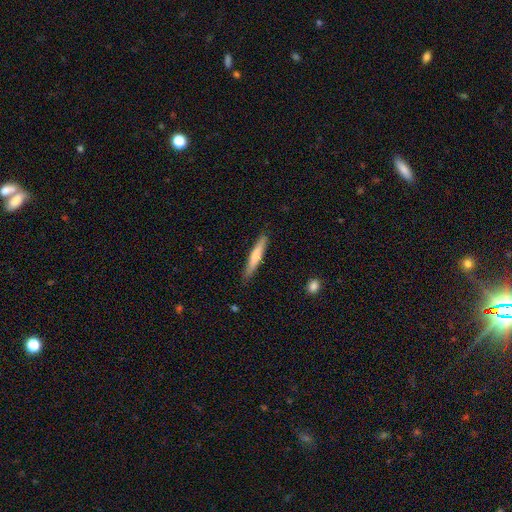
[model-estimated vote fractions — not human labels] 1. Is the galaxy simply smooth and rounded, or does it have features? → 68% smooth, 27% featured or disk, 5% star or artifact.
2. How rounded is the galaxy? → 92% cigar-shaped, 6% in between, 1% round.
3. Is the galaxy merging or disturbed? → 86% none, 10% minor disturbance, 2% major disturbance, 1% merger.